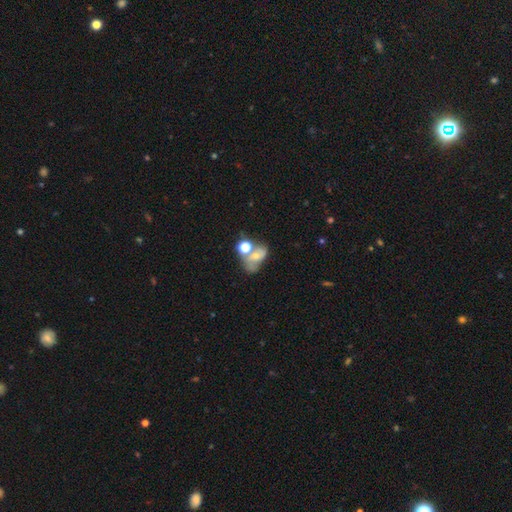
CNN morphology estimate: Smooth or featured? Predicted: smooth (p=0.47). Merging? Predicted: merger (p=0.42).